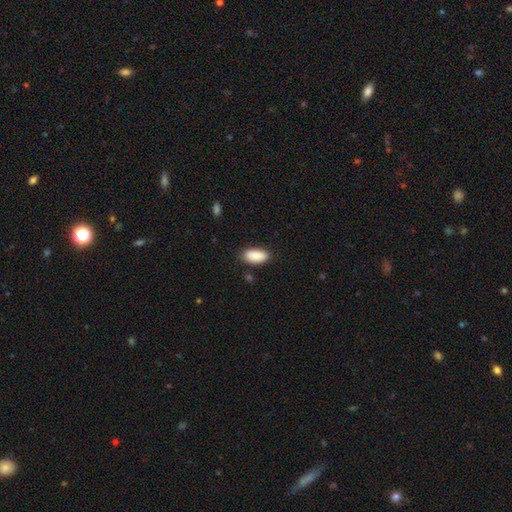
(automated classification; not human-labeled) Smooth or featured? smooth (89%)
How rounded? in between (92%)
Merging? none (84%)